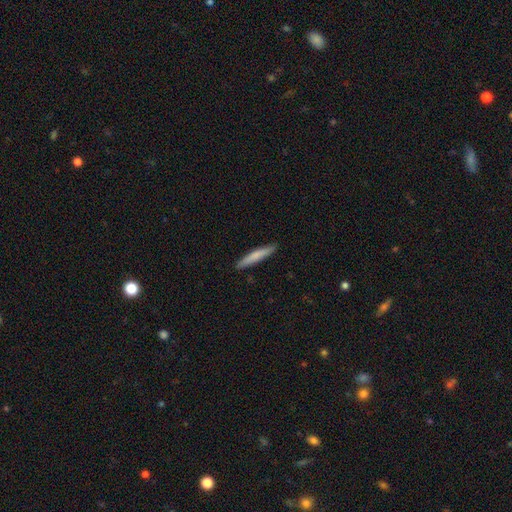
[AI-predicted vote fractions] A smooth galaxy with no disk features (73%) that is cigar-shaped (94%). Merging: none (90%).